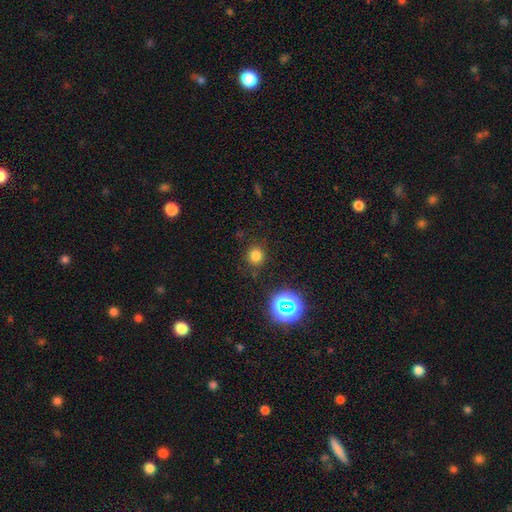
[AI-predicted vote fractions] The model was most divided on "smooth or featured": smooth: 75%, star or artifact: 19%, featured or disk: 6%. More confident: how rounded — round (91%); merging — none (86%).